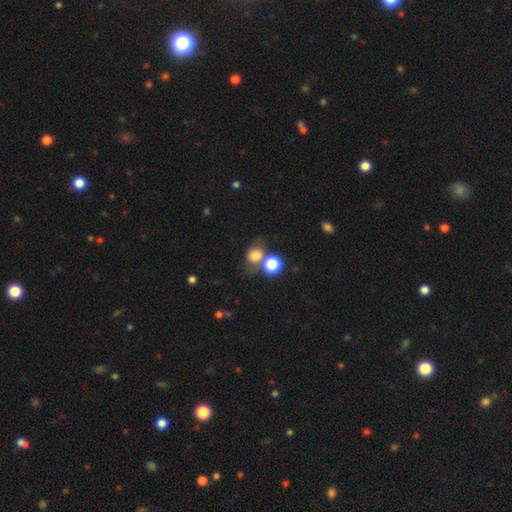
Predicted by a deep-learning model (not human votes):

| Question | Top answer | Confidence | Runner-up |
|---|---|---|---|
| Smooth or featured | smooth | 73% | star or artifact (13%) |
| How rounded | round | 58% | in between (40%) |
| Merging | none | 42% | merger (33%) |